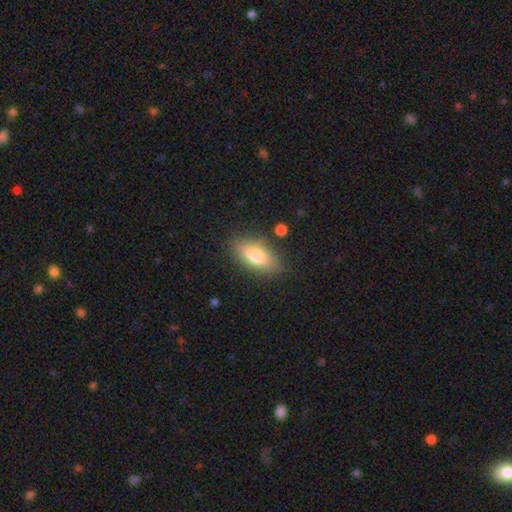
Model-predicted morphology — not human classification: smooth_or_featured: smooth (p=0.75) [alt: featured or disk p=0.17]
how_rounded: in between (p=0.83) [alt: cigar-shaped p=0.13]
merging: none (p=0.77) [alt: minor disturbance p=0.16]